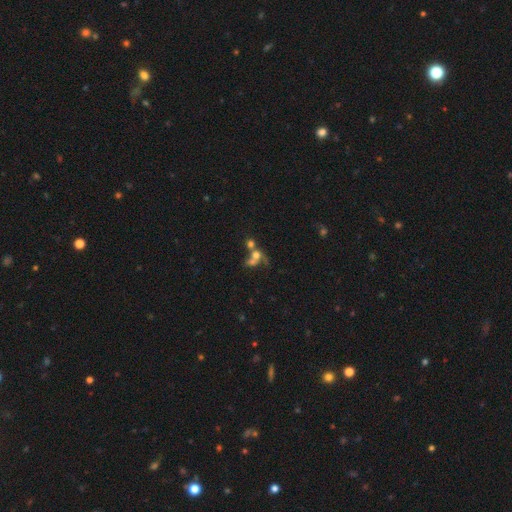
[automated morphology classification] This is possibly a smooth galaxy (52%). How rounded: likely round (64%). Merging: likely merger (63%).